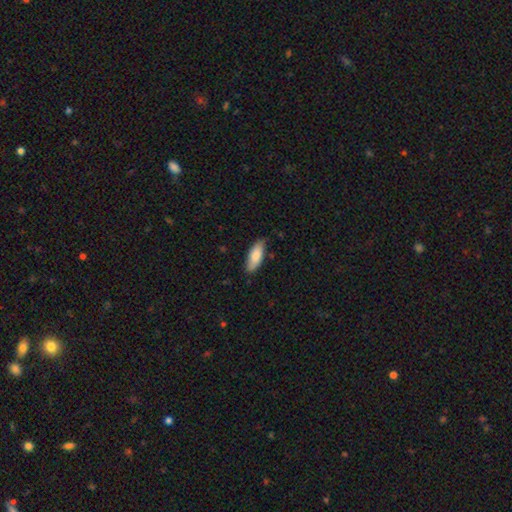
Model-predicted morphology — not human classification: smooth_or_featured: smooth (p=0.82) [alt: featured or disk p=0.12]
how_rounded: in between (p=0.69) [alt: cigar-shaped p=0.30]
merging: none (p=0.80) [alt: minor disturbance p=0.16]